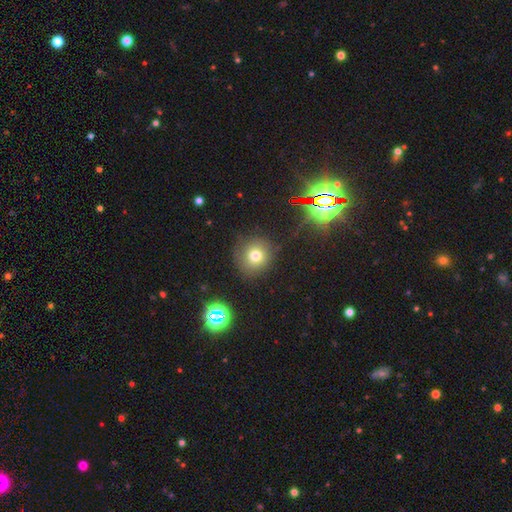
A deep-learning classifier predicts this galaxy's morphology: The model was most divided on "smooth or featured": smooth: 71%, star or artifact: 19%, featured or disk: 10%. More confident: how rounded — round (90%); merging — none (83%).